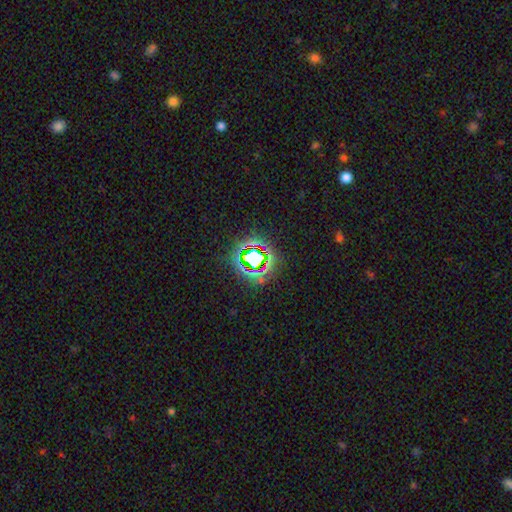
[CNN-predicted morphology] This is likely a star or artifact rather than a galaxy (72%).